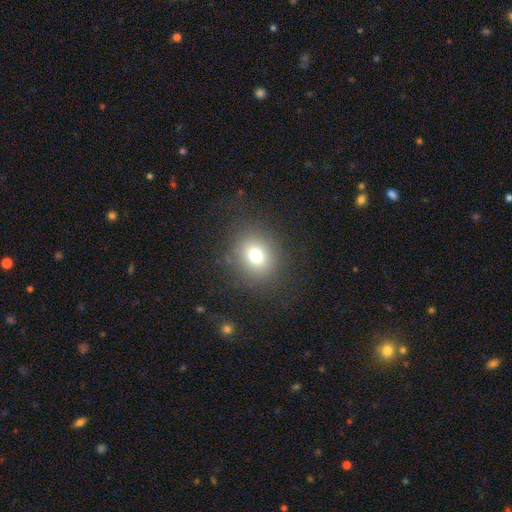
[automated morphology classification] Overall: smooth (74%). How rounded: round (73%). Merging: none (85%).